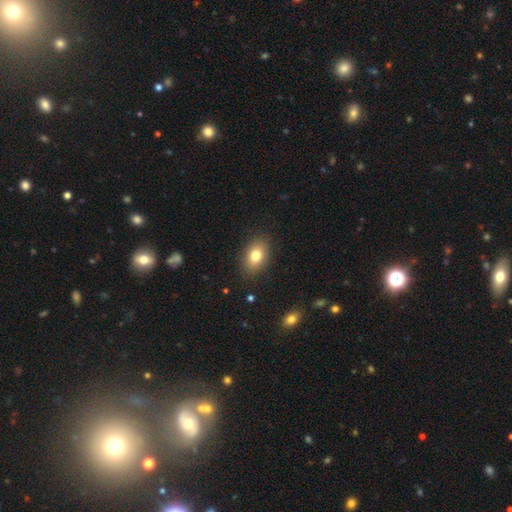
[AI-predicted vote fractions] Morphology: type=smooth (79%); roundness=in between (83%); merging=none (87%).